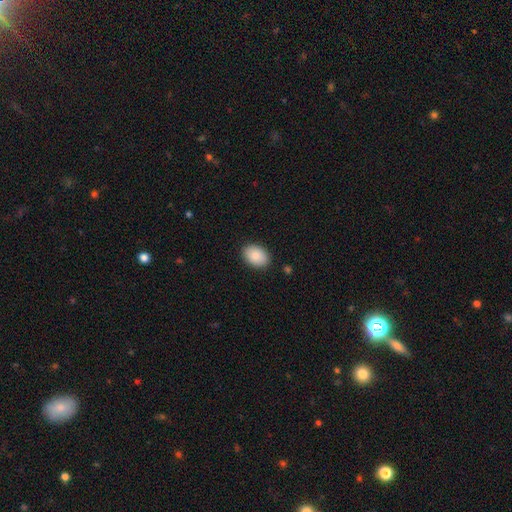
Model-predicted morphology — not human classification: Smooth or featured: smooth — 85% (featured or disk — 8%)
How rounded: in between — 82% (round — 17%)
Merging: none — 88% (minor disturbance — 9%)